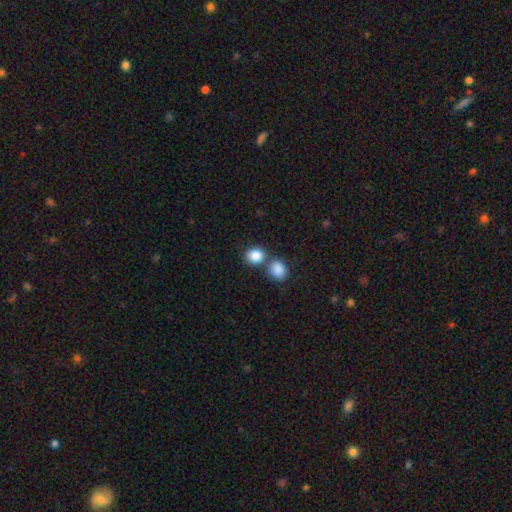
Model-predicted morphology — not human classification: Smooth or featured? smooth (86%)
How rounded? round (74%)
Merging? none (57%)